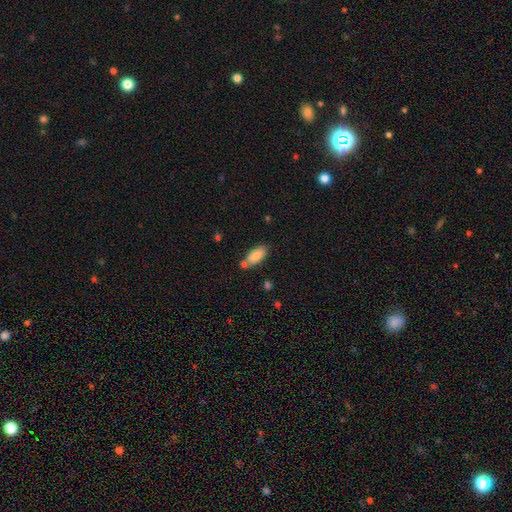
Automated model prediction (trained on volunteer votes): Overall: smooth (84%). How rounded: in between (89%). Merging: none (68%).